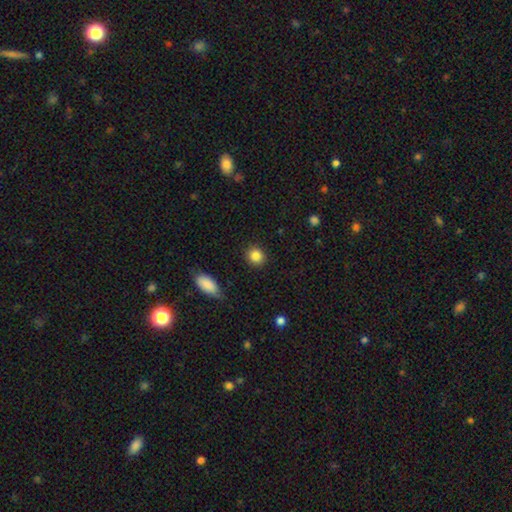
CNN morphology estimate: Q: Smooth or featured?
A: smooth (86%); runner-up: star or artifact (9%)
Q: How rounded?
A: round (82%); runner-up: in between (16%)
Q: Merging?
A: none (89%); runner-up: minor disturbance (7%)